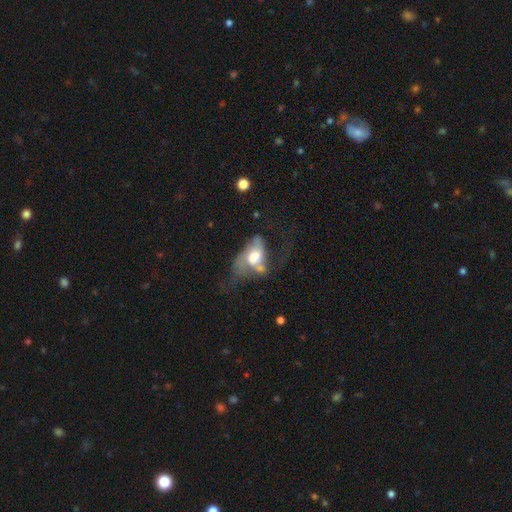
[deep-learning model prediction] Morphology: type=featured or disk (50%); merging=major disturbance (43%).